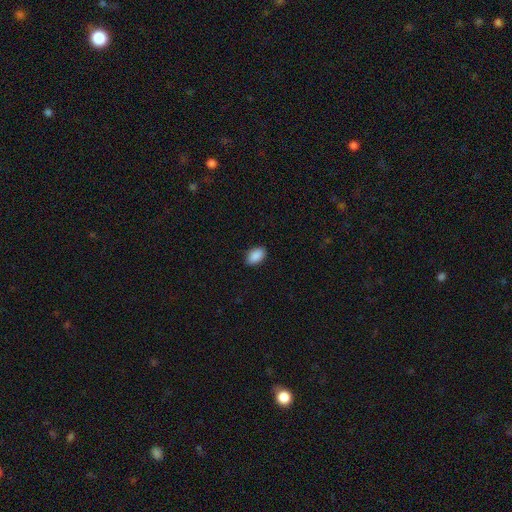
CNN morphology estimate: smooth 90%, star or artifact 7%, featured or disk 3%. Down the decision tree: how rounded — in between (92%); merging — none (88%).